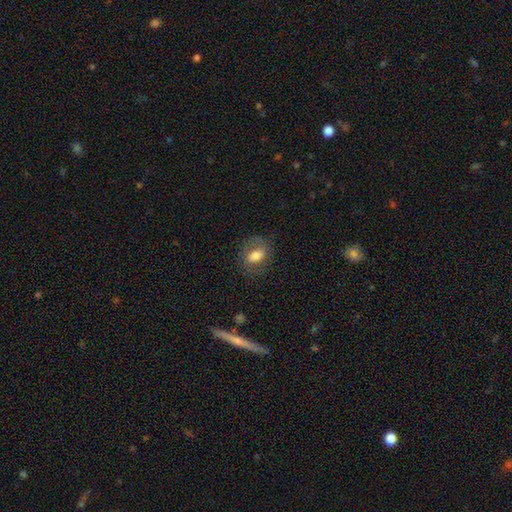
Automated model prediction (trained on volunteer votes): smooth 64%, featured or disk 28%, star or artifact 8%. Down the decision tree: how rounded — in between (77%); merging — none (74%).